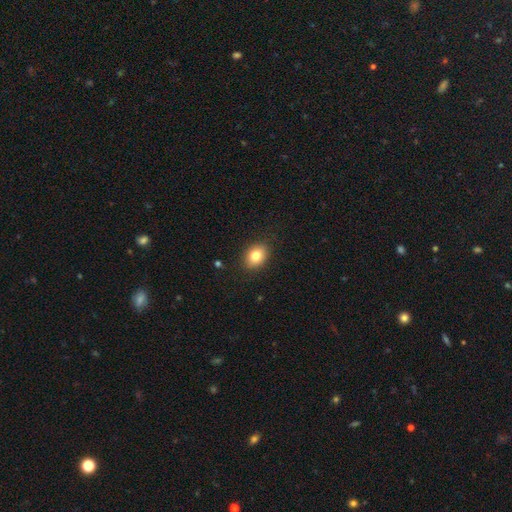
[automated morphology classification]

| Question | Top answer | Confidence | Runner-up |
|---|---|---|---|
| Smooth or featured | smooth | 82% | featured or disk (9%) |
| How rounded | in between | 66% | round (33%) |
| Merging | none | 88% | minor disturbance (9%) |